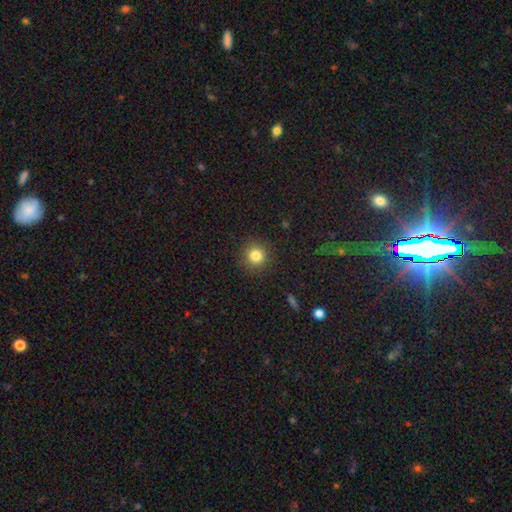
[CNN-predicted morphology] Smooth or featured? Predicted: smooth (p=0.83). How rounded? Predicted: round (p=0.94). Merging? Predicted: none (p=0.90).